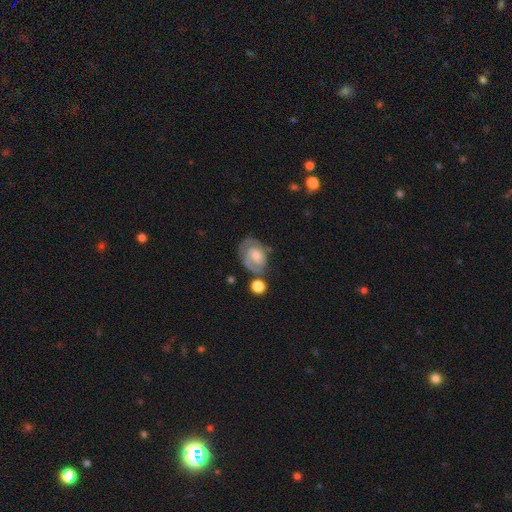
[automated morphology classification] type=featured or disk (72%); edge-on=no (97%); bar=no (69%); spiral arms=yes (86%); winding=tight (62%); arm count=2 (48%); bulge=small (46%); merging=none (55%).